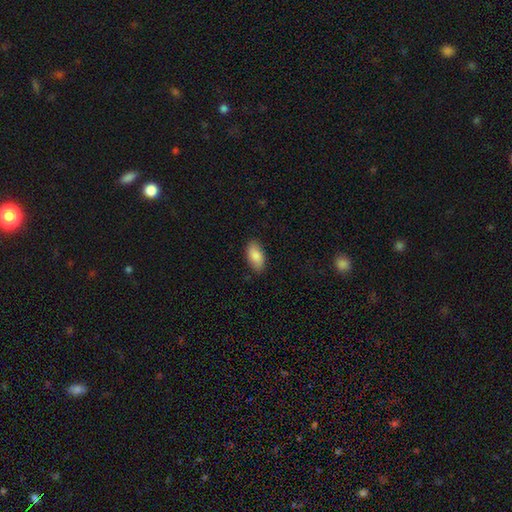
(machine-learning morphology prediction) This is clearly a smooth galaxy (86%). How rounded: clearly in between (94%). Merging: clearly none (85%).